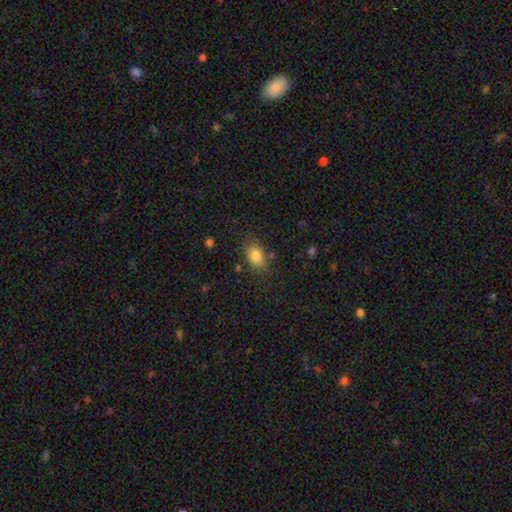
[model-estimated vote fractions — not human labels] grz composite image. It shows a smooth galaxy with no disk features (83%) that is in between round and cigar-shaped (82%). Merging: none (76%).